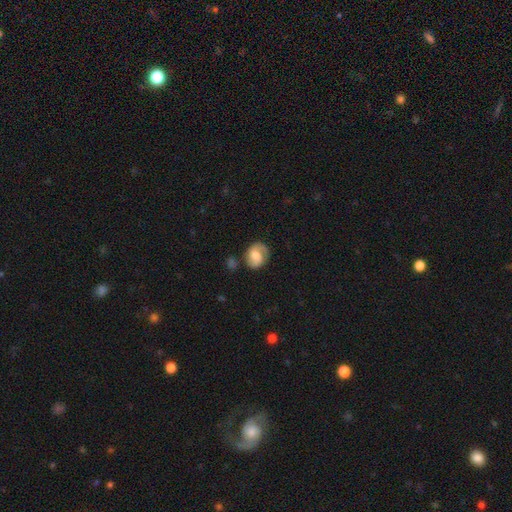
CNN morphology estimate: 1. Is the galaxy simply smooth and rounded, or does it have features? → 50% featured or disk, 42% smooth, 8% star or artifact.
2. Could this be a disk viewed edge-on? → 97% no, 3% yes.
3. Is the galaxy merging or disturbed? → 62% none, 24% minor disturbance, 10% major disturbance, 4% merger.